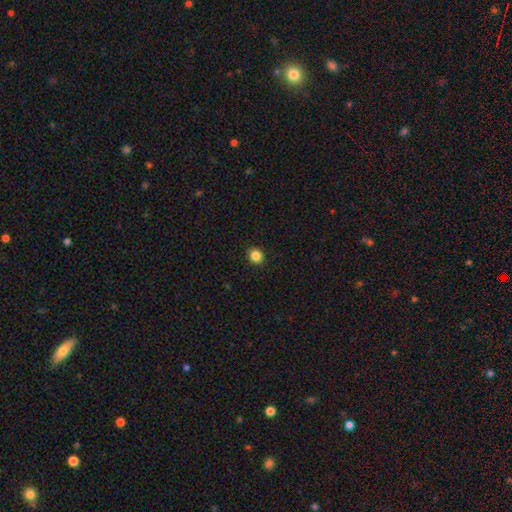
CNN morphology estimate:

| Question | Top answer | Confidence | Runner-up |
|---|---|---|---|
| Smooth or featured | smooth | 85% | star or artifact (11%) |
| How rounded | round | 80% | in between (19%) |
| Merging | none | 92% | minor disturbance (5%) |